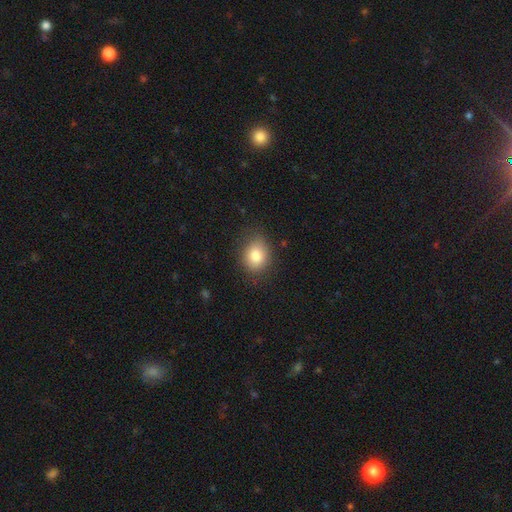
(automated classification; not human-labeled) Morphology: type=smooth (83%); roundness=round (51%); merging=none (78%).